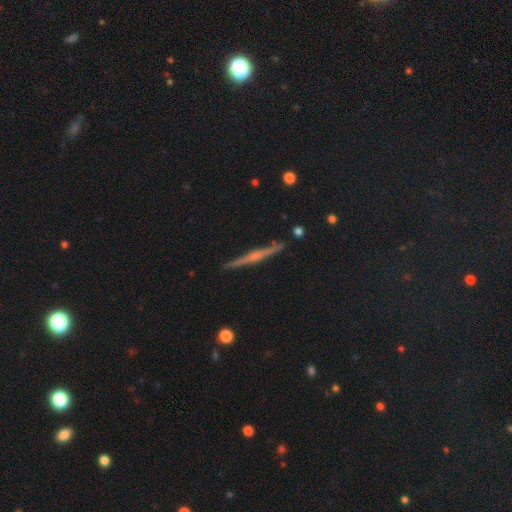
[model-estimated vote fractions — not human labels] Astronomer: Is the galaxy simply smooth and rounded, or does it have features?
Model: featured or disk — 73%.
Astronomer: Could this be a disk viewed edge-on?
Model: yes — 98%.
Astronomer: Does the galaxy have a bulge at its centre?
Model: rounded — 56%.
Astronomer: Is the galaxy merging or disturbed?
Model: none — 90%.